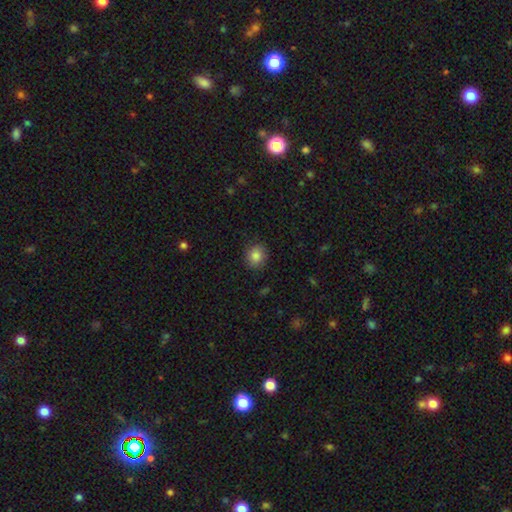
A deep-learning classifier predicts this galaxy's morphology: Smooth or featured?
  - smooth: 85% *
  - star or artifact: 9%
  - featured or disk: 6%
How rounded?
  - round: 81% *
  - in between: 18%
  - cigar-shaped: 1%
Merging?
  - none: 87% *
  - minor disturbance: 9%
  - major disturbance: 2%
  - merger: 1%